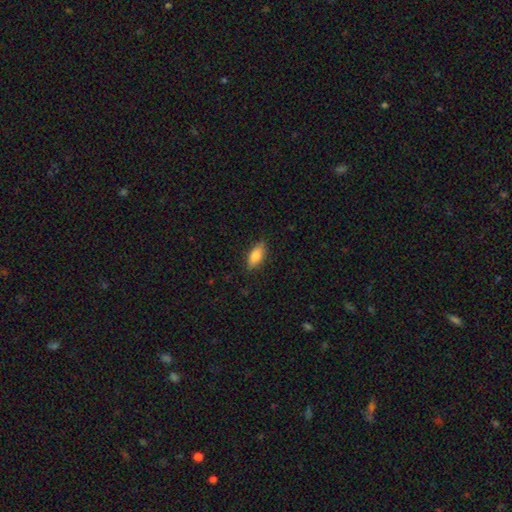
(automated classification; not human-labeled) Overall: smooth (80%). How rounded: in between (80%). Merging: none (85%).